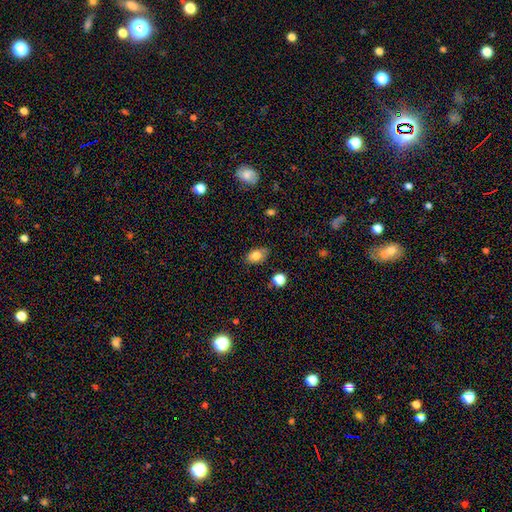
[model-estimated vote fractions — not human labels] smooth 79%, featured or disk 11%, star or artifact 9%. Down the decision tree: how rounded — in between (85%); merging — none (77%).